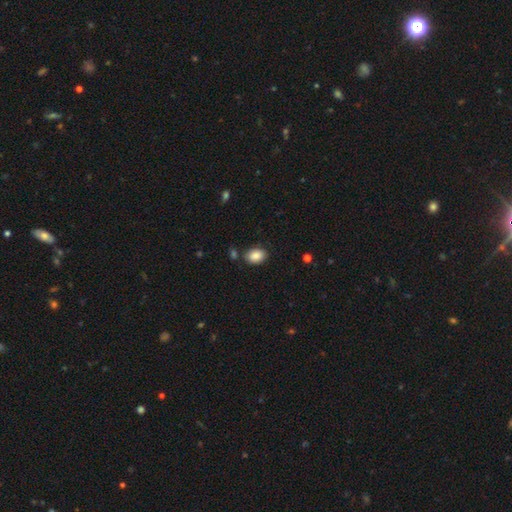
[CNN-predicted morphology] The model was most divided on "how rounded": in between: 79%, round: 20%, cigar-shaped: 1%. More confident: smooth or featured — smooth (87%); merging — none (78%).